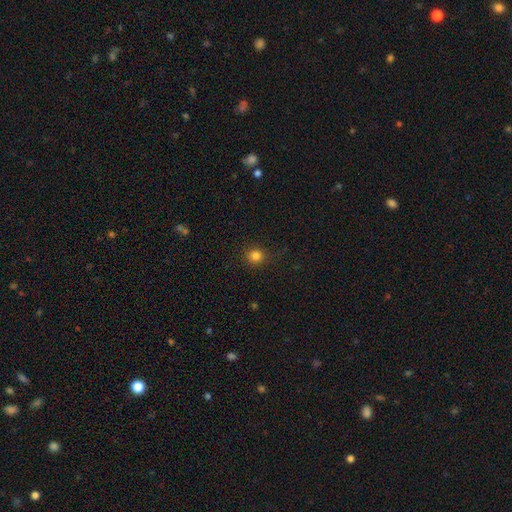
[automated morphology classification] Overall: smooth (82%). How rounded: round (88%). Merging: none (88%).